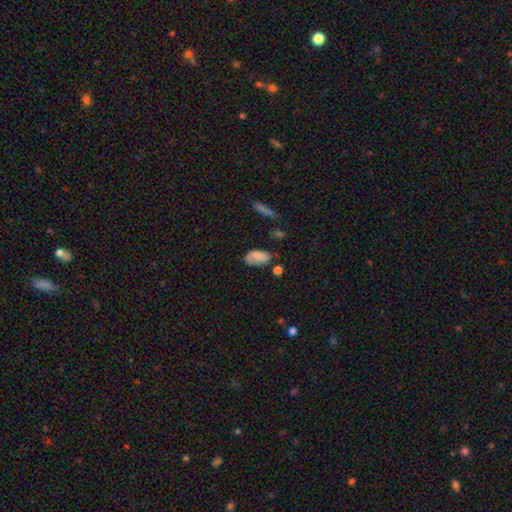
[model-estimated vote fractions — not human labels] Q: Smooth or featured?
A: smooth (78%); runner-up: featured or disk (14%)
Q: How rounded?
A: in between (93%); runner-up: round (4%)
Q: Merging?
A: none (56%); runner-up: minor disturbance (29%)